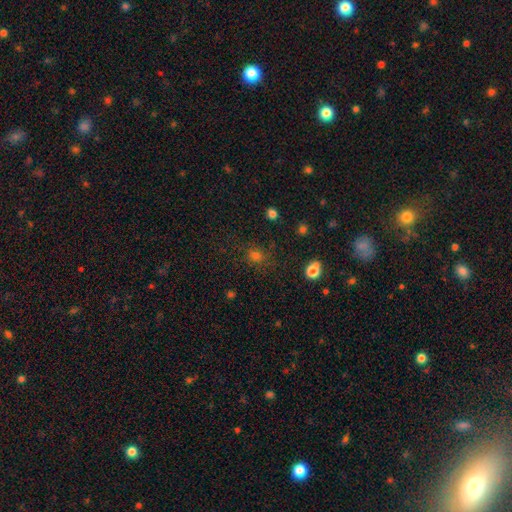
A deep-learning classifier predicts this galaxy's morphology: Smooth or featured? smooth (66%)
How rounded? round (74%)
Merging? none (78%)